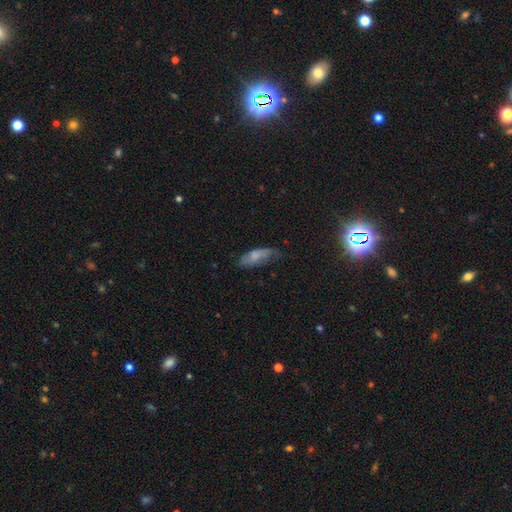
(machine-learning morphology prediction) smooth 68%, featured or disk 24%, star or artifact 7%. Down the decision tree: how rounded — in between (66%); merging — none (51%).